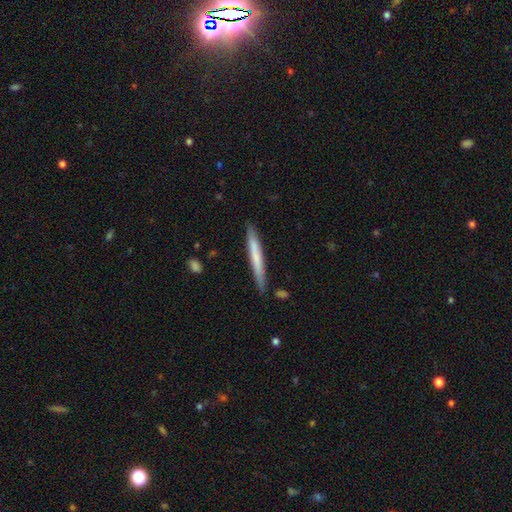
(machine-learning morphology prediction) This is likely a smooth galaxy (63%). How rounded: clearly cigar-shaped (96%). Merging: clearly none (85%).